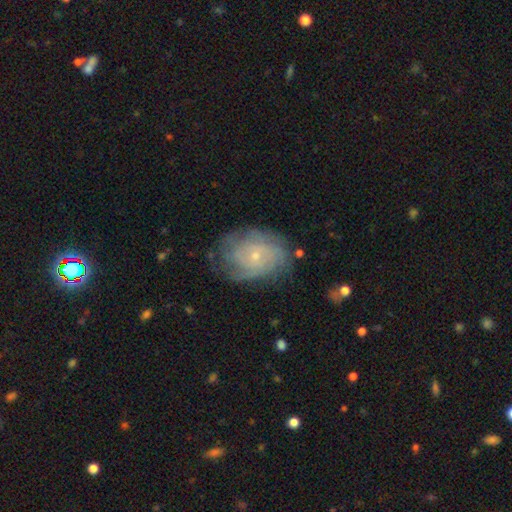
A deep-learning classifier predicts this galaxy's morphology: type=featured or disk (75%); edge-on=no (97%); bar=no (78%); spiral arms=yes (90%); winding=tight (59%); arm count=can't tell (43%); bulge=small (80%); merging=none (67%).